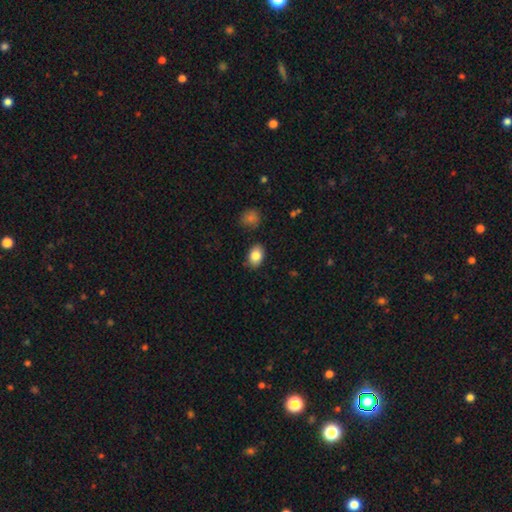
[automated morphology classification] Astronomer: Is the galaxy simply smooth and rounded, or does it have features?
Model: smooth — 84%.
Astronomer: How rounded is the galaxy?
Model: in between — 83%.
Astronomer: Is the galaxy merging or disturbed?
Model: none — 85%.